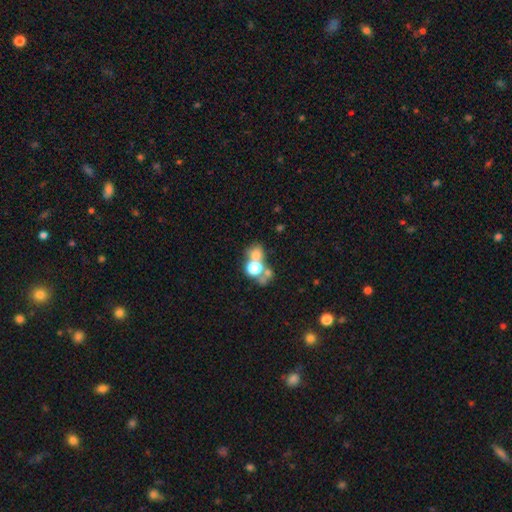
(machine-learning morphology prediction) The model was most divided on "merging": merger: 53%, none: 33%, minor disturbance: 7%, major disturbance: 7%. More confident: how rounded — round (68%); smooth or featured — smooth (63%).